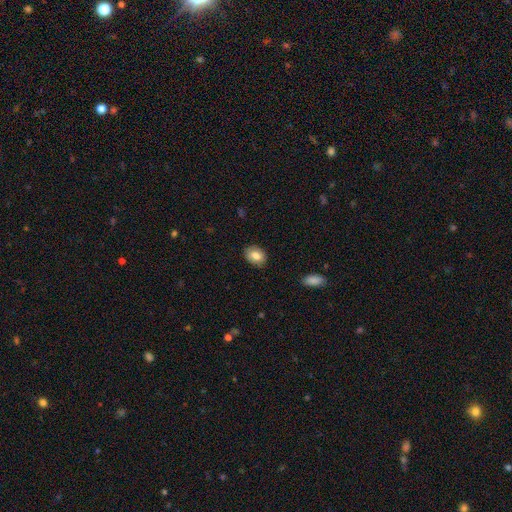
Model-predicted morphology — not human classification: Smooth or featured: smooth — 77% (featured or disk — 15%)
How rounded: in between — 67% (round — 32%)
Merging: none — 84% (minor disturbance — 12%)